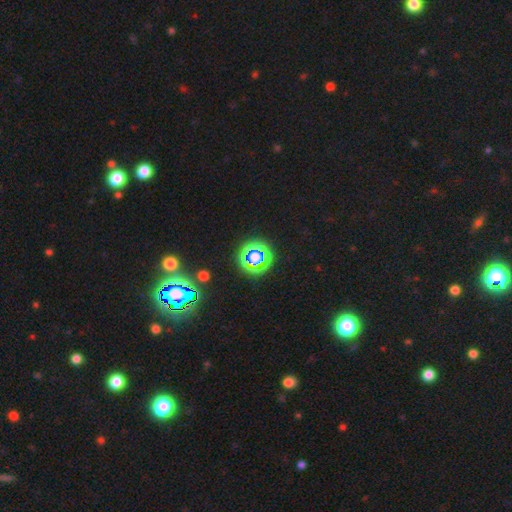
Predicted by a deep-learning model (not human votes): This appears to be a star or artifact, not a galaxy (67%).